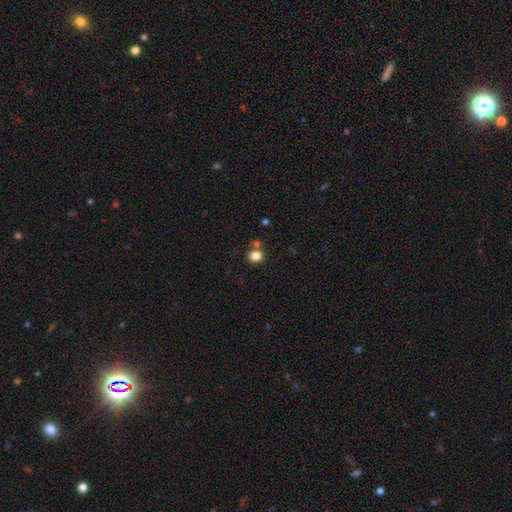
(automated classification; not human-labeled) Smooth or featured? Predicted: smooth (p=0.83). How rounded? Predicted: round (p=0.84). Merging? Predicted: none (p=0.71).